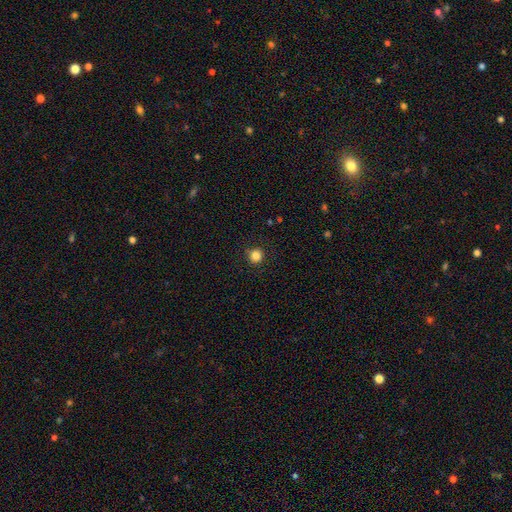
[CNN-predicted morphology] Overall: smooth (85%). How rounded: round (92%). Merging: none (88%).